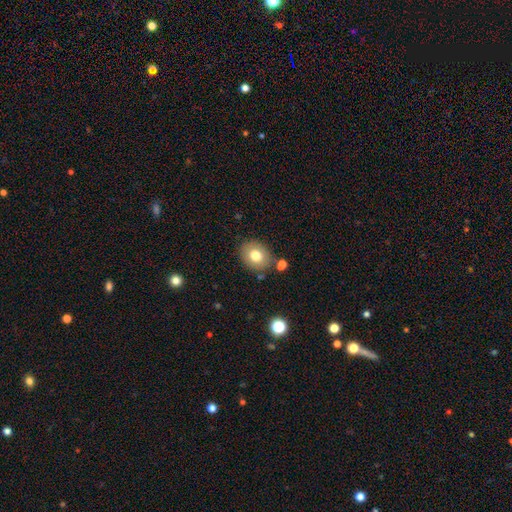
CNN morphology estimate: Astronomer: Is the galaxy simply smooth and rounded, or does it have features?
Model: smooth — 77%.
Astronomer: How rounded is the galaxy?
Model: round — 55% (runner-up: in between, 44%).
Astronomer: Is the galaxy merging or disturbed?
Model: none — 80%.